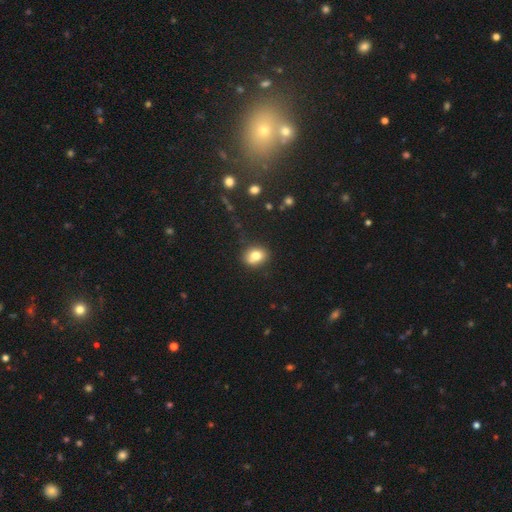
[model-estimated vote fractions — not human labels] This appears to be a smooth galaxy with no disk features (79%) that is in between round and cigar-shaped (54%). Merging: none (78%).